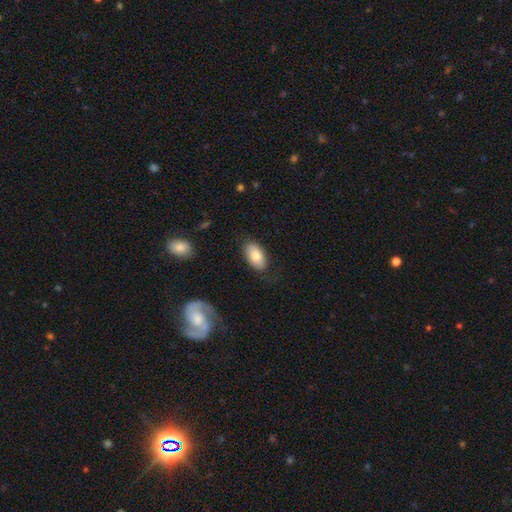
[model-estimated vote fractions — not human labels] smooth 77%, featured or disk 16%, star or artifact 7%. Down the decision tree: how rounded — in between (94%); merging — none (79%).